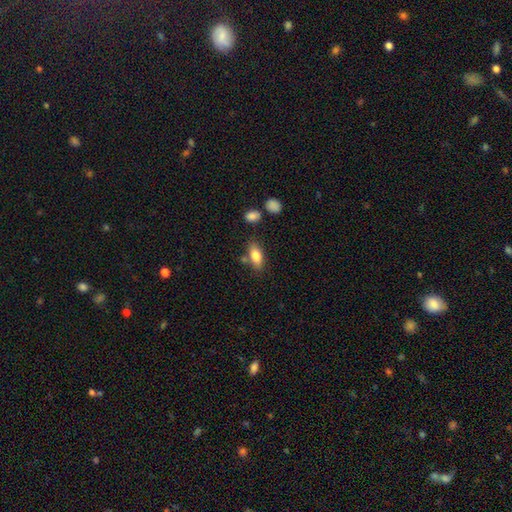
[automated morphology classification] smooth 80%, featured or disk 12%, star or artifact 7%. Down the decision tree: how rounded — in between (86%); merging — none (71%).